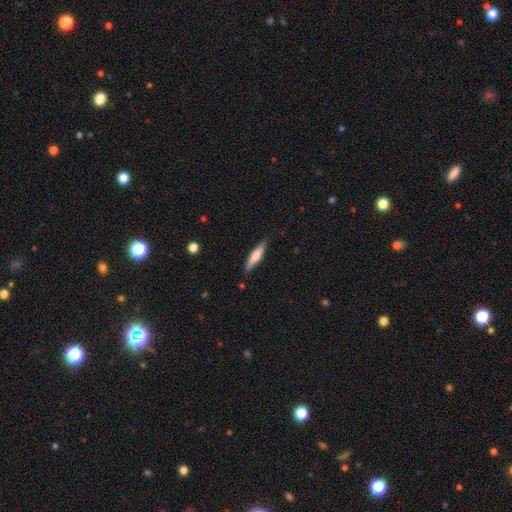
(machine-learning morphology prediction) Smooth or featured? smooth (64%)
How rounded? cigar-shaped (80%)
Merging? none (85%)